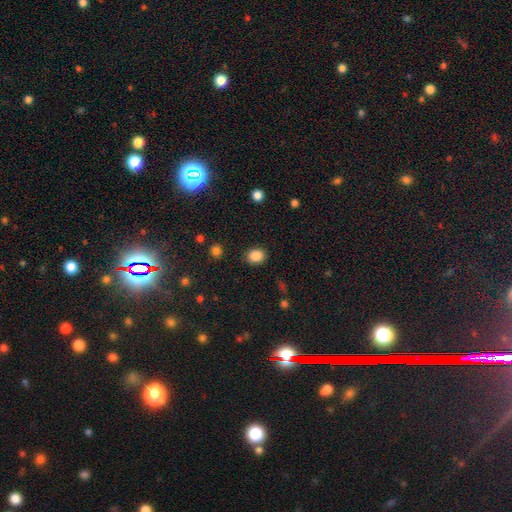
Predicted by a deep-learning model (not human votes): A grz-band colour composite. It shows a smooth galaxy with no disk features (87%) that is round (55%). Merging: none (88%).